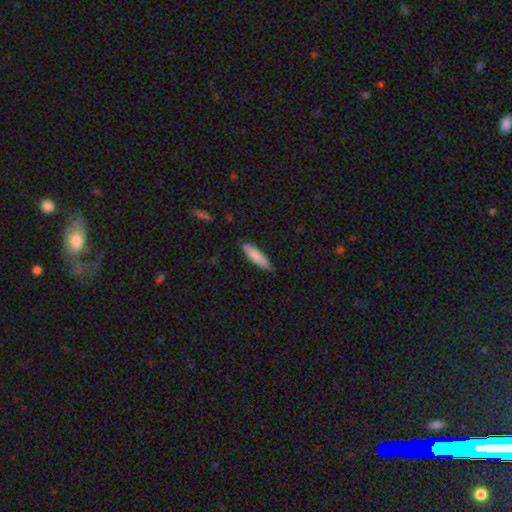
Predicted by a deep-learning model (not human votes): The model was most divided on "how rounded": cigar-shaped: 69%, in between: 29%, round: 1%. More confident: merging — none (86%); smooth or featured — smooth (84%).